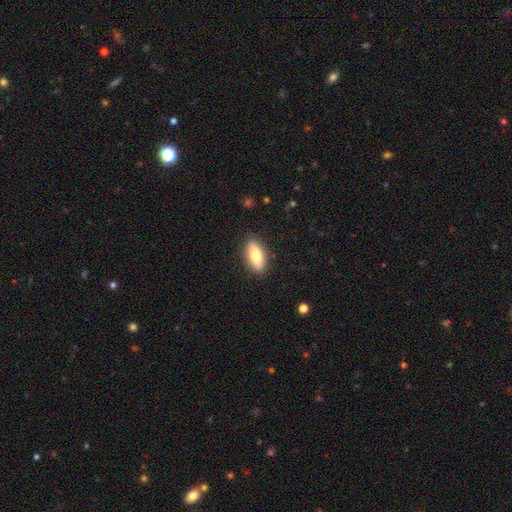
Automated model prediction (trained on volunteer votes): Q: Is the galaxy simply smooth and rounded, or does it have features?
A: smooth — 77%.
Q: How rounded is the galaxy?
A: in between — 83%.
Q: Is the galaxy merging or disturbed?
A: none — 87%.